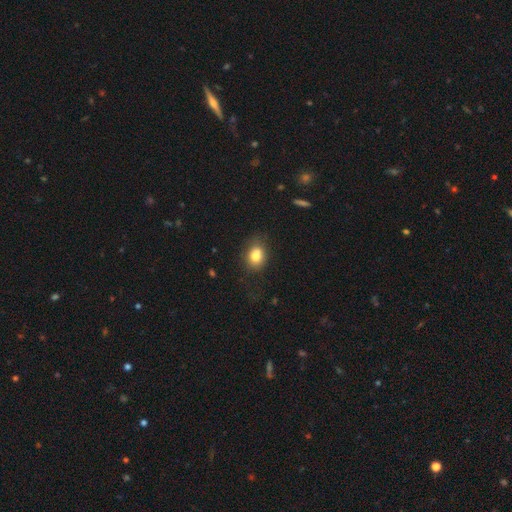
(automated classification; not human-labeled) A smooth galaxy with no disk features (78%) that is in between round and cigar-shaped (53%). Merging: none (64%).